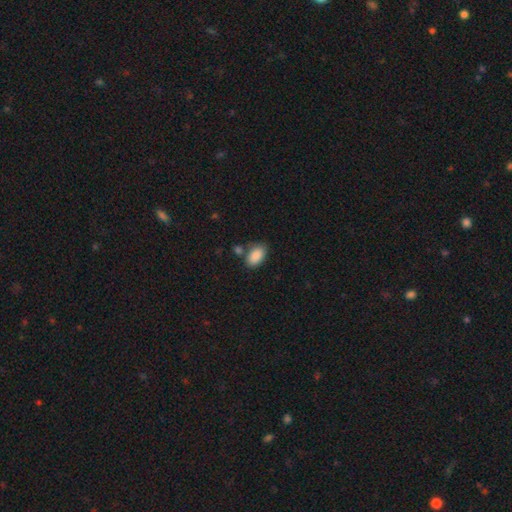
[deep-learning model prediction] Morphology: type=smooth (89%); roundness=in between (92%); merging=none (67%).